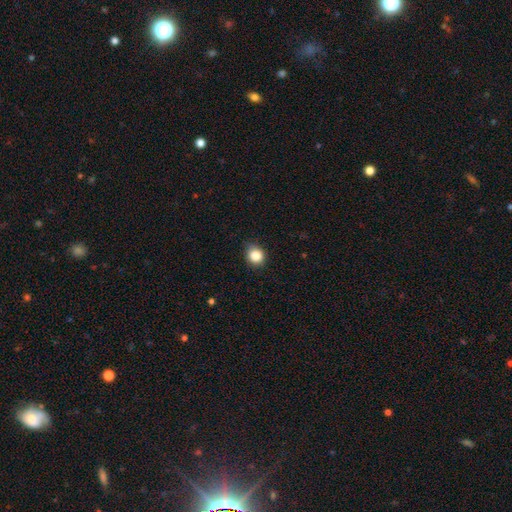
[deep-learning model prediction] Smooth or featured: smooth — 86% (star or artifact — 10%)
How rounded: round — 75% (in between — 24%)
Merging: none — 81% (minor disturbance — 15%)